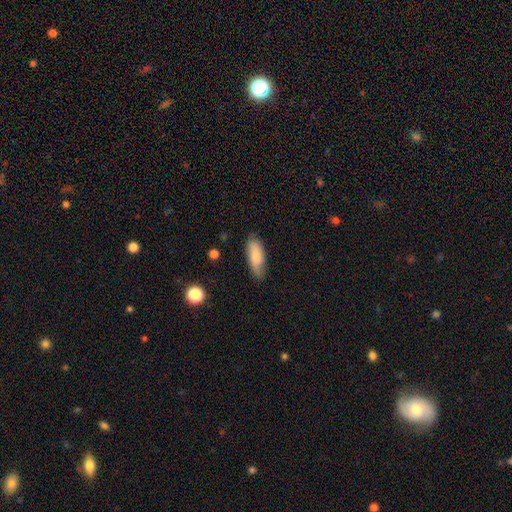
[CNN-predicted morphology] Smooth or featured? Predicted: smooth (p=0.79). How rounded? Predicted: in between (p=0.75). Merging? Predicted: none (p=0.75).